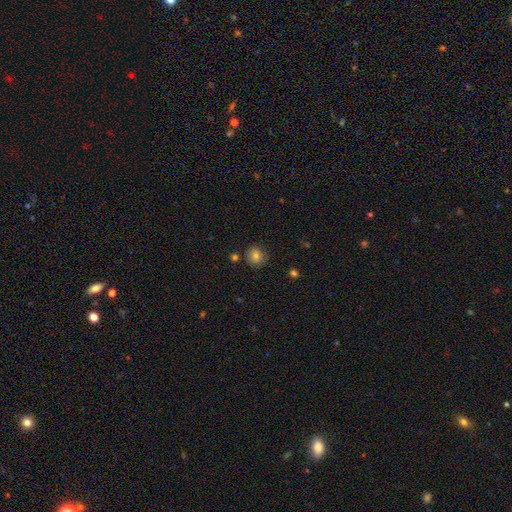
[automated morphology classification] The model was most divided on "smooth or featured": smooth: 80%, star or artifact: 11%, featured or disk: 9%. More confident: how rounded — round (89%); merging — none (82%).